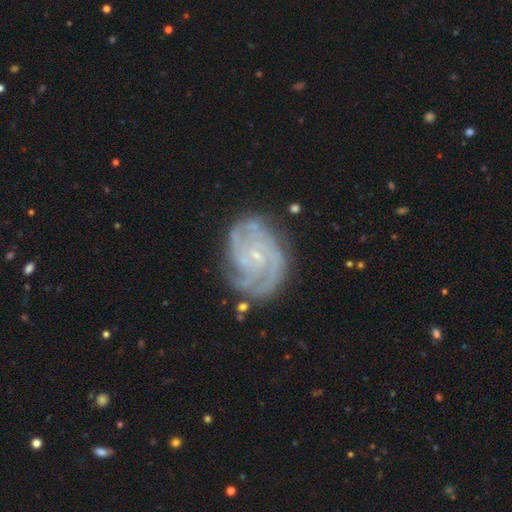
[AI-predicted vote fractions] Overall: featured or disk (89%). Edge-on disk: no (98%). Bar: no (66%; weak 28%). Spiral arms: yes (98%). Spiral arm count: 3 (32%; 4 19%). Spiral winding: tight (67%; medium 29%). Bulge size: small (83%). Merging: none (73%).